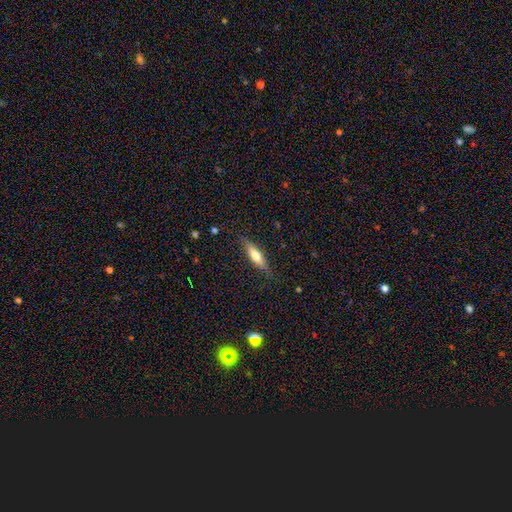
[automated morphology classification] A smooth galaxy with no disk features (59%) that is cigar-shaped (68%).

Vote fractions:
- Smooth or featured? smooth: 59% / featured or disk: 35% / star or artifact: 6%
- How rounded? cigar-shaped: 68% / in between: 30% / round: 2%
- Merging? none: 83% / minor disturbance: 13% / major disturbance: 3% / merger: 1%